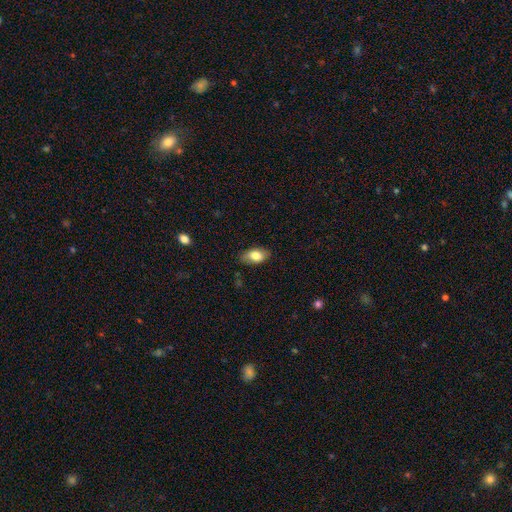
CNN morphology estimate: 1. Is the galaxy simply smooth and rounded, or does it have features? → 79% smooth, 14% featured or disk, 7% star or artifact.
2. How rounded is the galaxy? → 91% in between, 6% round, 3% cigar-shaped.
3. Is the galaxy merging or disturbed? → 81% none, 15% minor disturbance, 3% major disturbance, 1% merger.